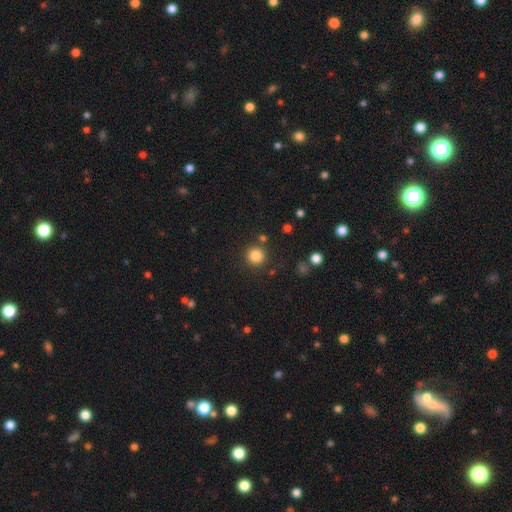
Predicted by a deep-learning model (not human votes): smooth 83%, star or artifact 12%, featured or disk 5%. Down the decision tree: how rounded — round (95%); merging — none (87%).